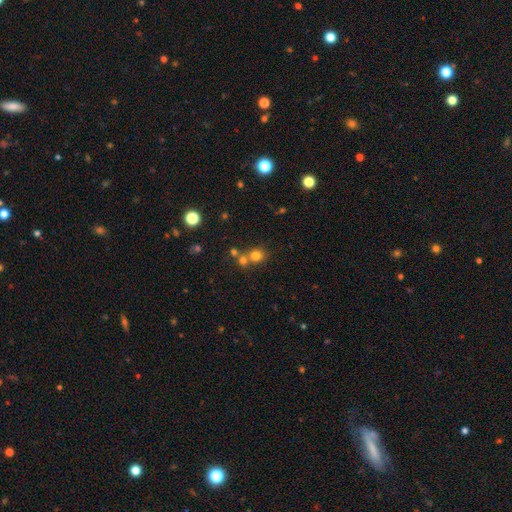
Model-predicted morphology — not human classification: Q: Smooth or featured?
A: smooth (75%); runner-up: star or artifact (16%)
Q: How rounded?
A: round (84%); runner-up: in between (15%)
Q: Merging?
A: none (54%); runner-up: merger (36%)